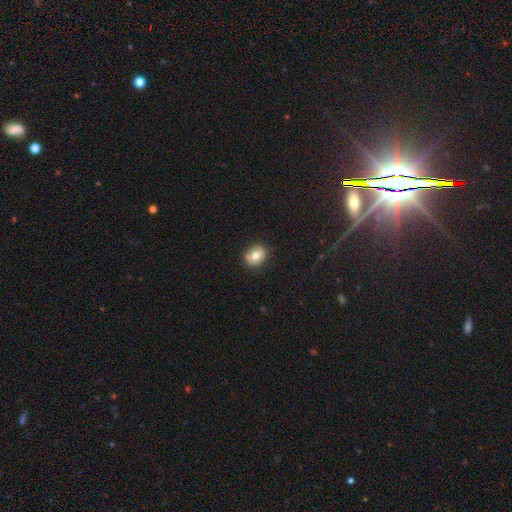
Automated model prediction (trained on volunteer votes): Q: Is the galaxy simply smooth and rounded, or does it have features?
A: smooth — 76%.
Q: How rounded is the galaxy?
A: in between — 53%.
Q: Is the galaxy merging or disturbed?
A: none — 85%.